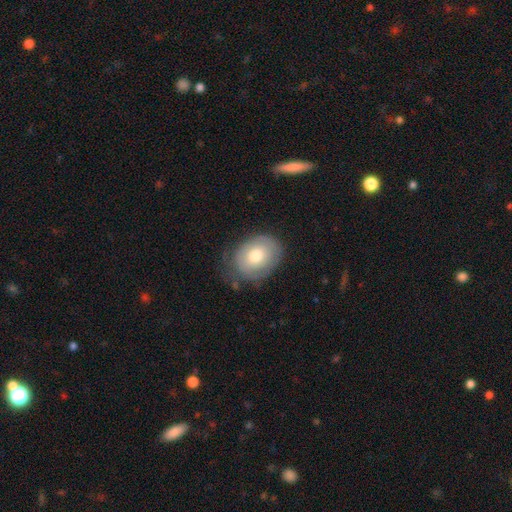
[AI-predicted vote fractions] Morphology: type=smooth (63%); roundness=in between (58%); merging=none (68%).